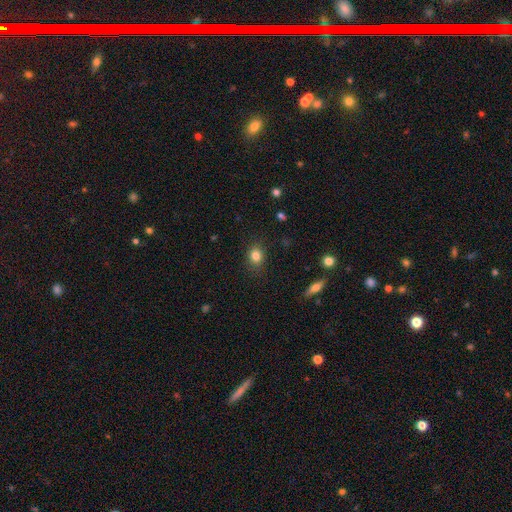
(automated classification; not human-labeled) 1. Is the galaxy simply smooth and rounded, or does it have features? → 83% smooth, 11% star or artifact, 6% featured or disk.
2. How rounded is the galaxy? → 57% round, 41% in between, 1% cigar-shaped.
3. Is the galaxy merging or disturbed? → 84% none, 12% minor disturbance, 3% major disturbance, 1% merger.